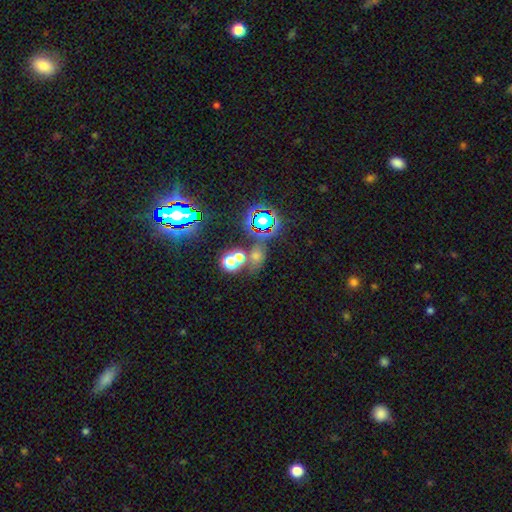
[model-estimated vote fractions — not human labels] Smooth or featured? smooth (46%)
Merging? none (56%)